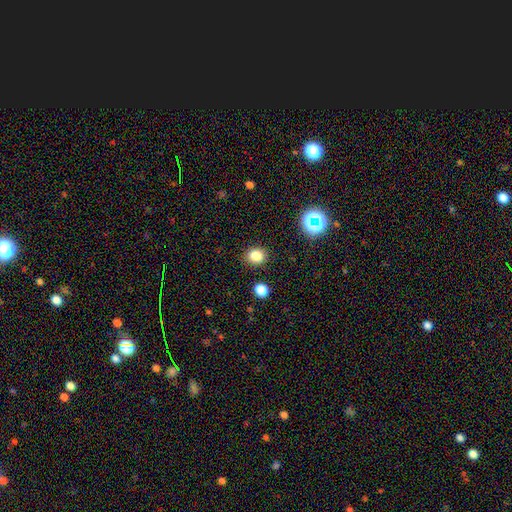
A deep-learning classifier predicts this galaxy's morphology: type=smooth (82%); roundness=round (62%); merging=none (88%).